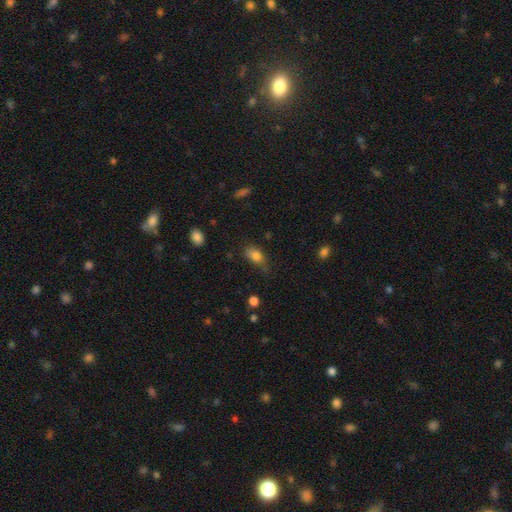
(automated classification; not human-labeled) Q: Smooth or featured?
A: smooth (81%); runner-up: star or artifact (10%)
Q: How rounded?
A: in between (84%); runner-up: round (12%)
Q: Merging?
A: none (44%); runner-up: minor disturbance (36%)